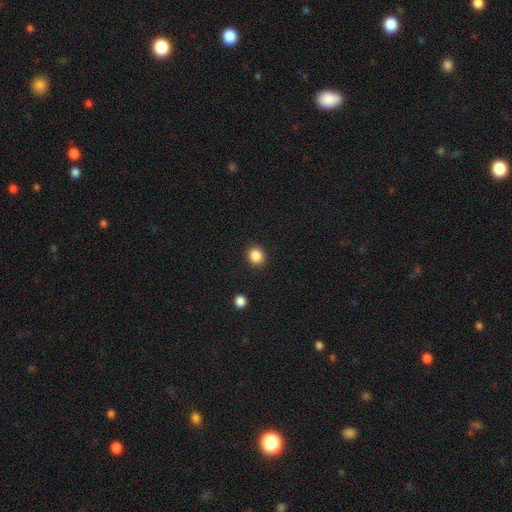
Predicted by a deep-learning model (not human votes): The model was most divided on "how rounded": round: 77%, in between: 22%, cigar-shaped: 1%. More confident: merging — none (91%); smooth or featured — smooth (87%).